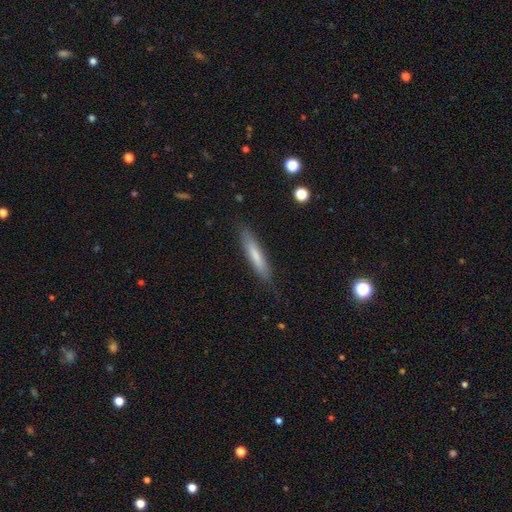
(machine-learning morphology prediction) Smooth or featured: smooth — 71% (featured or disk — 23%)
How rounded: cigar-shaped — 86% (in between — 13%)
Merging: none — 84% (minor disturbance — 13%)